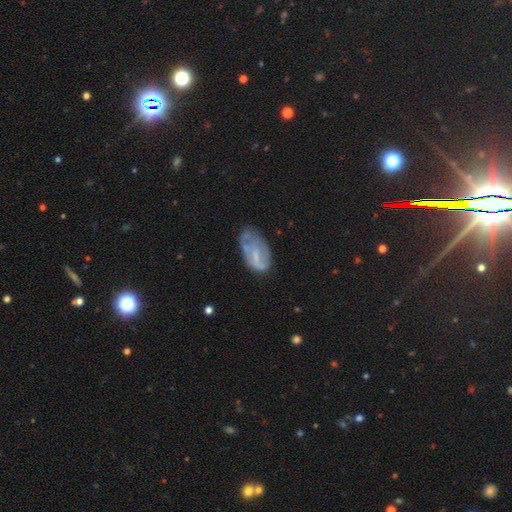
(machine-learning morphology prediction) This appears to be a featured or disk galaxy (54%) with no bar (44%), spiral arms (55%) and a small central bulge (39%). Merging: none (44%).